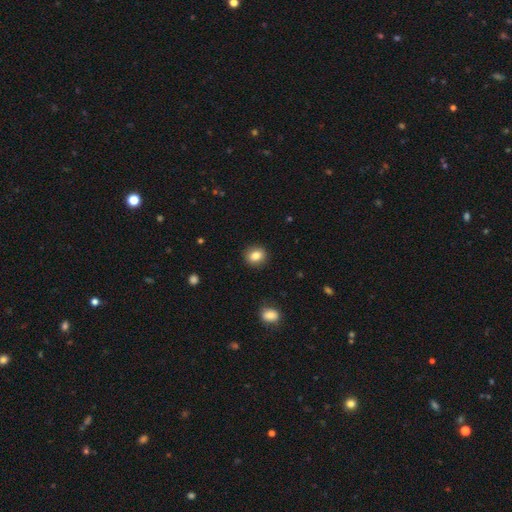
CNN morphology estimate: Smooth or featured?
  - smooth: 83% *
  - star or artifact: 9%
  - featured or disk: 7%
How rounded?
  - round: 70% *
  - in between: 29%
  - cigar-shaped: 1%
Merging?
  - none: 90% *
  - minor disturbance: 7%
  - major disturbance: 2%
  - merger: 1%